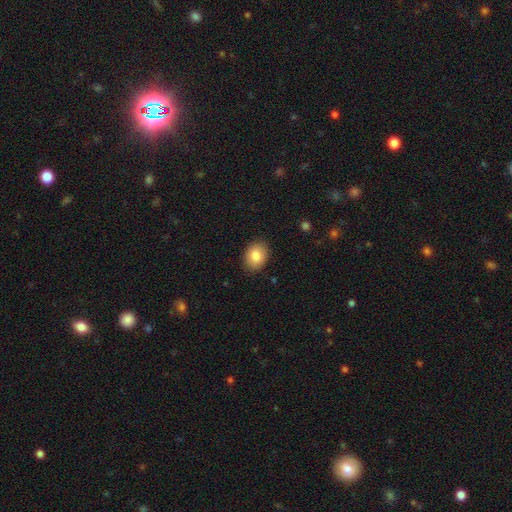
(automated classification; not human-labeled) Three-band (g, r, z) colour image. It shows a smooth galaxy with no disk features (85%) that is in between round and cigar-shaped (65%). Merging: none (87%).